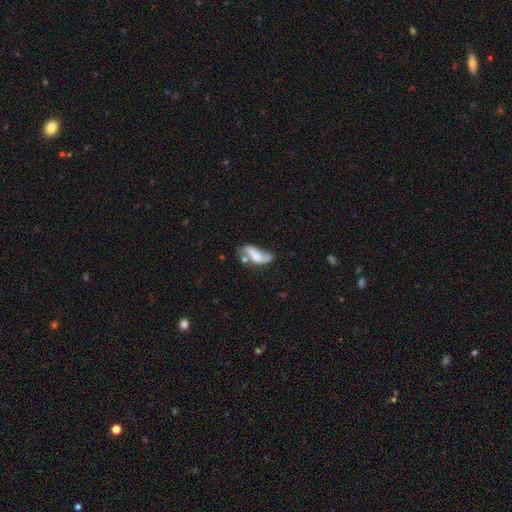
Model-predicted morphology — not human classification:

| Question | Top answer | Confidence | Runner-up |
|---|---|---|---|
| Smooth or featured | featured or disk | 55% | smooth (37%) |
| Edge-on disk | no | 88% | yes (12%) |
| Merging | none | 37% | minor disturbance (24%) |